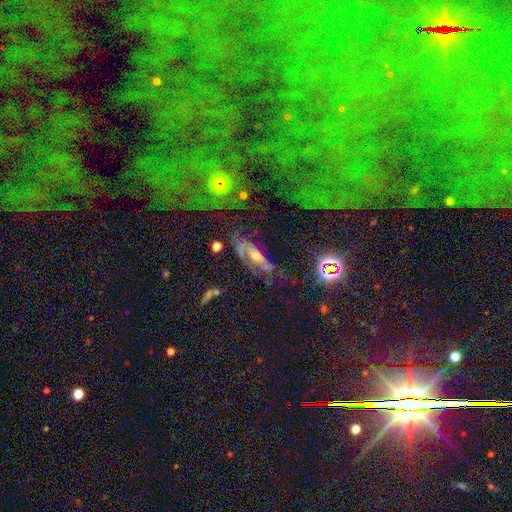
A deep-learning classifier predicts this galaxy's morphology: featured or disk 71%, smooth 16%, star or artifact 13%. Down the decision tree: edge-on disk — no (80%); bar — no (59%); spiral arms — yes (82%); bulge size — moderate (61%); merging — none (55%).